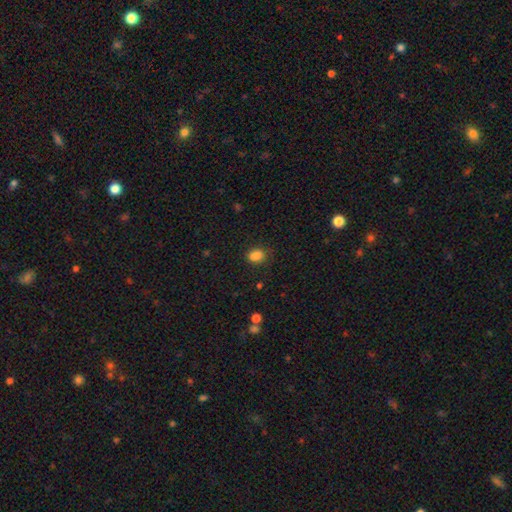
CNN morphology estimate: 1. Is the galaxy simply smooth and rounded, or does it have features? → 83% smooth, 12% star or artifact, 5% featured or disk.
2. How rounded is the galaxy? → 54% in between, 45% round, 1% cigar-shaped.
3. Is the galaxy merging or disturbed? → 72% none, 18% minor disturbance, 5% major disturbance, 5% merger.